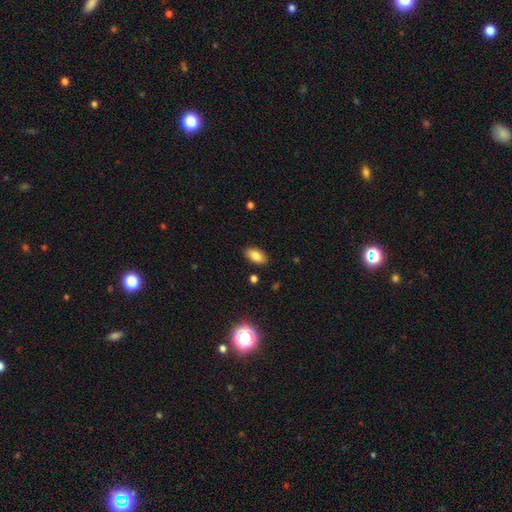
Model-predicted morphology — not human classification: Smooth or featured?
  - smooth: 83% *
  - star or artifact: 9%
  - featured or disk: 8%
How rounded?
  - in between: 93% *
  - round: 5%
  - cigar-shaped: 3%
Merging?
  - none: 87% *
  - minor disturbance: 9%
  - major disturbance: 2%
  - merger: 1%